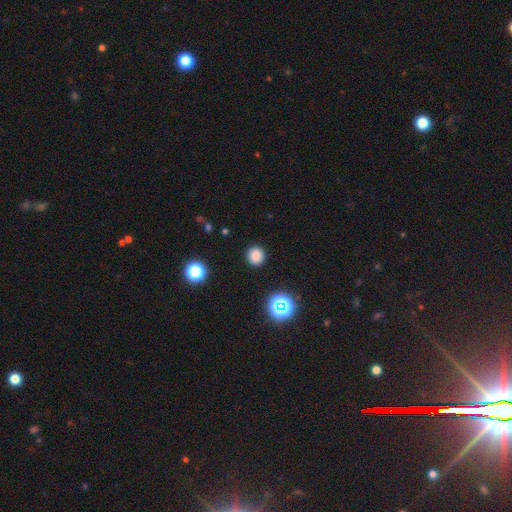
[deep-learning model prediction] Q: Smooth or featured?
A: smooth (81%); runner-up: star or artifact (15%)
Q: How rounded?
A: round (89%); runner-up: in between (10%)
Q: Merging?
A: none (90%); runner-up: minor disturbance (6%)